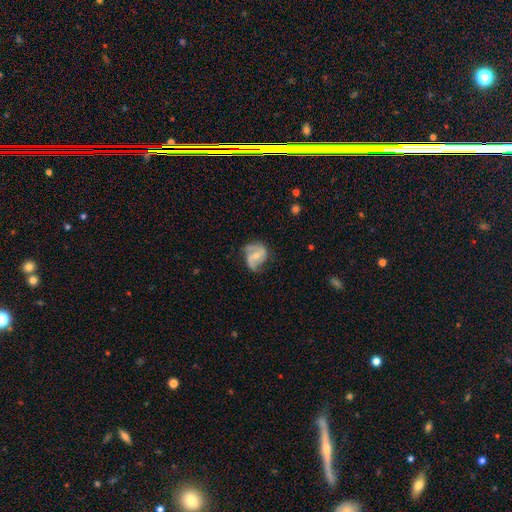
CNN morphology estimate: type=featured or disk (77%); edge-on=no (98%); bar=weak (42%); spiral arms=yes (92%); winding=medium (47%); arm count=2 (82%); bulge=small (50%); merging=none (58%).